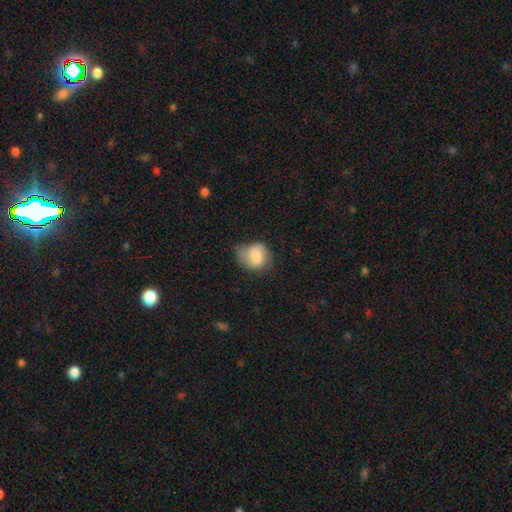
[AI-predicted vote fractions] Smooth or featured? Predicted: smooth (p=0.66). How rounded? Predicted: round (p=0.58). Merging? Predicted: none (p=0.54).